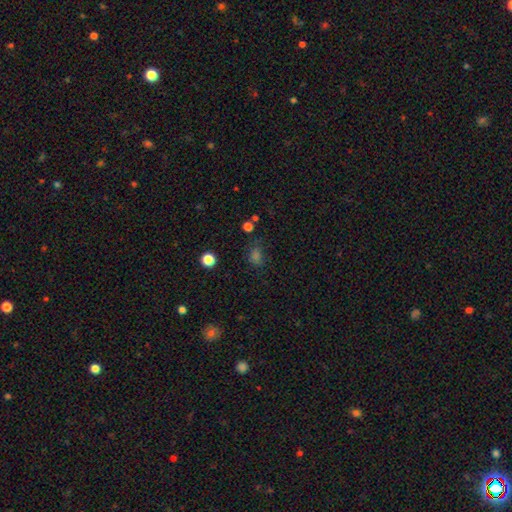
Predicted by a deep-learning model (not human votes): A smooth galaxy with no disk features (60%) that is in between round and cigar-shaped (55%).

Vote fractions:
- Smooth or featured? smooth: 60% / star or artifact: 32% / featured or disk: 7%
- How rounded? in between: 55% / round: 43% / cigar-shaped: 2%
- Merging? none: 67% / minor disturbance: 19% / major disturbance: 9% / merger: 5%